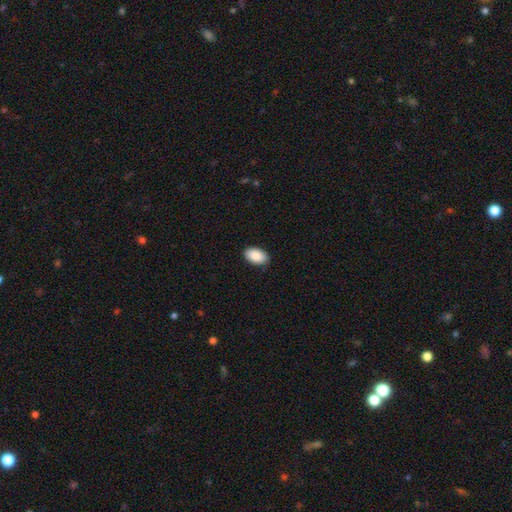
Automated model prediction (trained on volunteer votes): Q: Smooth or featured?
A: smooth (89%); runner-up: star or artifact (6%)
Q: How rounded?
A: in between (94%); runner-up: round (5%)
Q: Merging?
A: none (87%); runner-up: minor disturbance (10%)